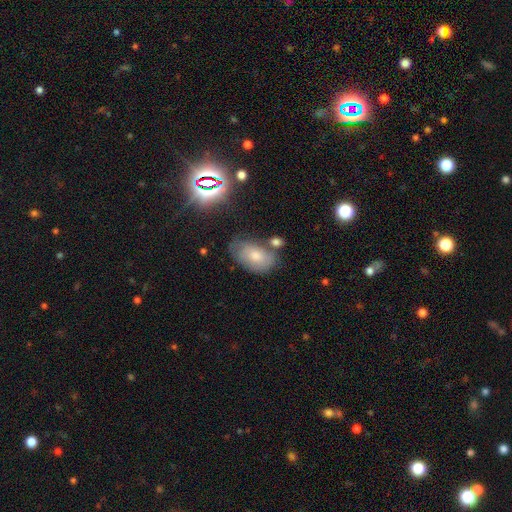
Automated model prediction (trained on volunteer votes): smooth_or_featured: smooth (p=0.64) [alt: featured or disk p=0.26]
how_rounded: in between (p=0.91) [alt: round p=0.08]
merging: none (p=0.54) [alt: minor disturbance p=0.26]